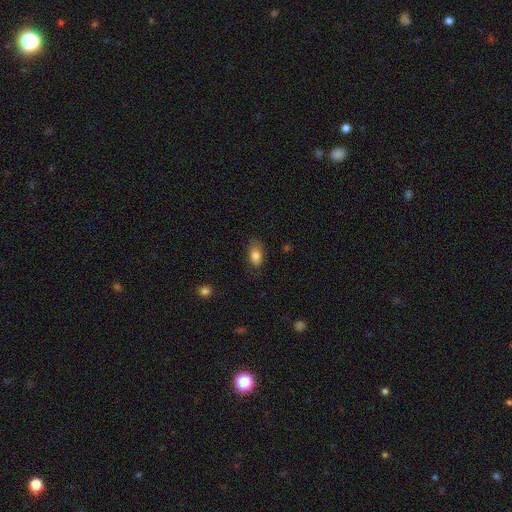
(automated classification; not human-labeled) The model was most divided on "merging": none: 73%, minor disturbance: 21%, major disturbance: 5%, merger: 1%. More confident: how rounded — in between (88%); smooth or featured — smooth (82%).